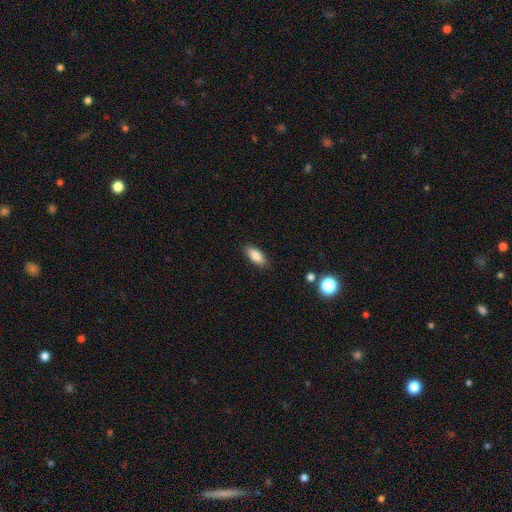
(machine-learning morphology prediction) A smooth galaxy with no disk features (84%) that is in between round and cigar-shaped (81%). Merging: none (87%).